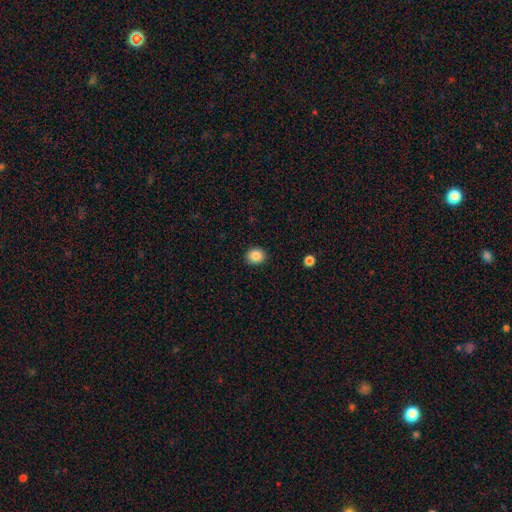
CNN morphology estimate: Smooth or featured? Predicted: smooth (p=0.87). How rounded? Predicted: round (p=0.70). Merging? Predicted: none (p=0.91).